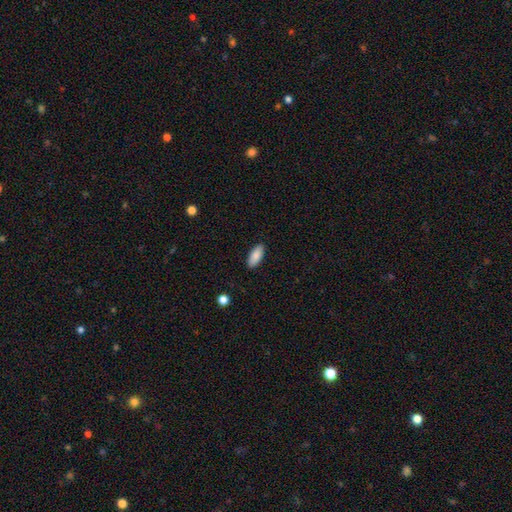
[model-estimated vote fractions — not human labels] A smooth galaxy with no disk features (87%) that is in between round and cigar-shaped (85%). Merging: none (89%).